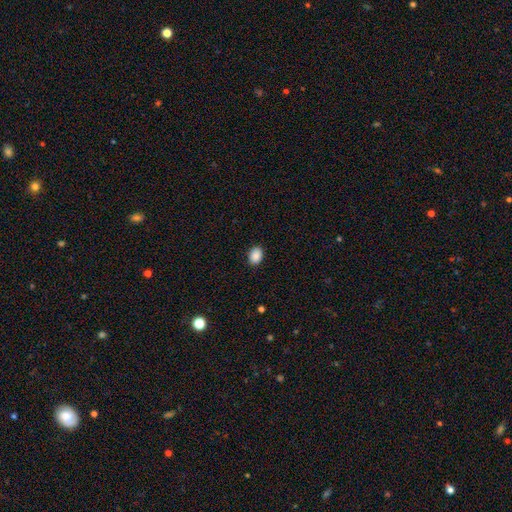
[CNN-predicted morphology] This appears to be a smooth galaxy with no disk features (89%) that is in between round and cigar-shaped (70%). Merging: none (89%).